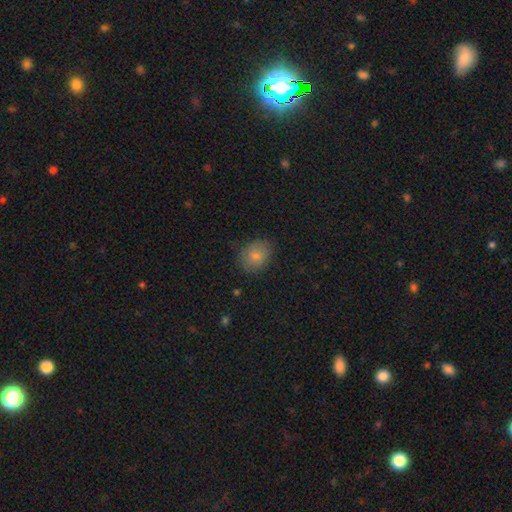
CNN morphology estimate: Smooth or featured: smooth — 81% (featured or disk — 10%)
How rounded: round — 57% (in between — 42%)
Merging: none — 78% (minor disturbance — 16%)